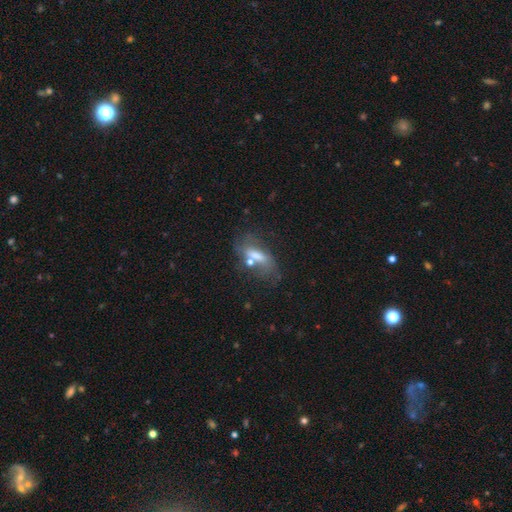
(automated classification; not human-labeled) smooth 45%, featured or disk 42%, star or artifact 13%. Down the decision tree: merging — none (43%).